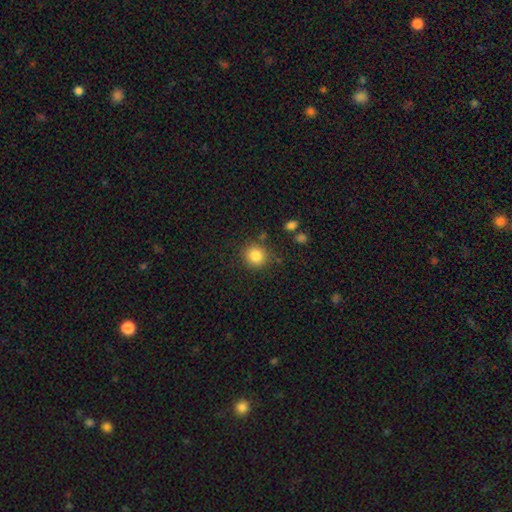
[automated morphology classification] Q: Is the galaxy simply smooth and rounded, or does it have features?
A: smooth — 83%.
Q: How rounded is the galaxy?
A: round — 90%.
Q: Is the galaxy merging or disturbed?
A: none — 83%.